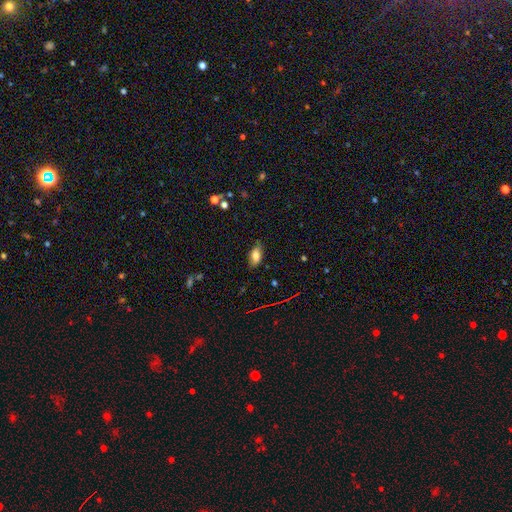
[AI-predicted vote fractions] This is likely a smooth galaxy (76%). How rounded: clearly in between (88%). Merging: likely none (77%).